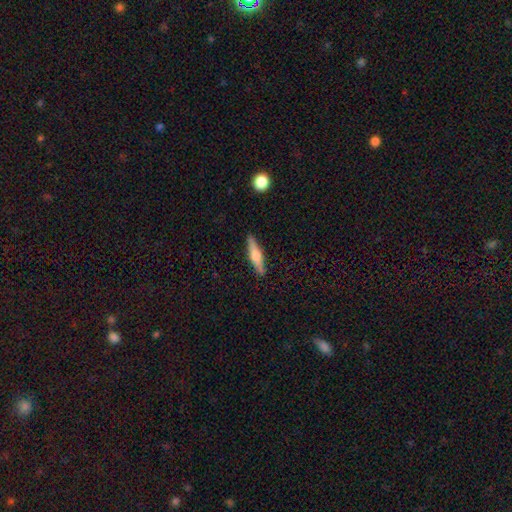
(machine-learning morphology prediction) Smooth or featured: featured or disk — 51% (smooth — 43%)
Edge-on disk: yes — 95% (no — 5%)
Merging: none — 88% (minor disturbance — 9%)